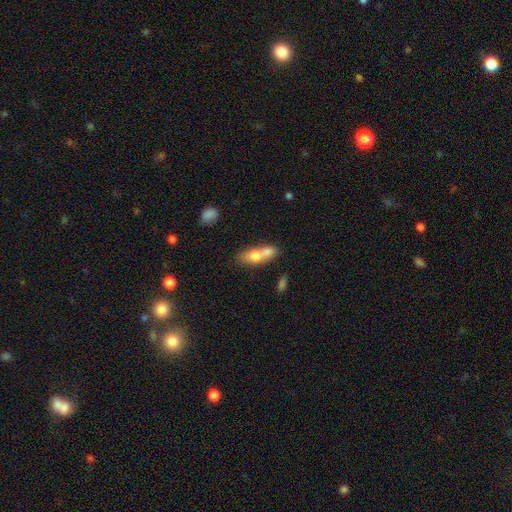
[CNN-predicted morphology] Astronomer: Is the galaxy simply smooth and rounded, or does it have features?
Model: smooth — 67%.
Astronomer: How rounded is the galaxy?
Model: in between — 69%.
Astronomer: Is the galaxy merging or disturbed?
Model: merger — 64%.